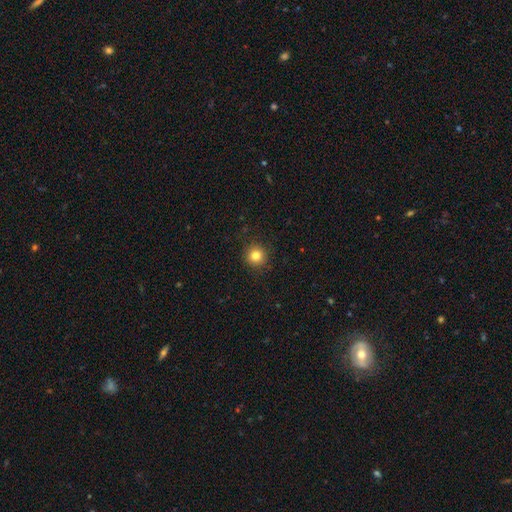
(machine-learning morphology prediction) The model was most divided on "smooth or featured": smooth: 82%, star or artifact: 12%, featured or disk: 6%. More confident: how rounded — round (94%); merging — none (91%).